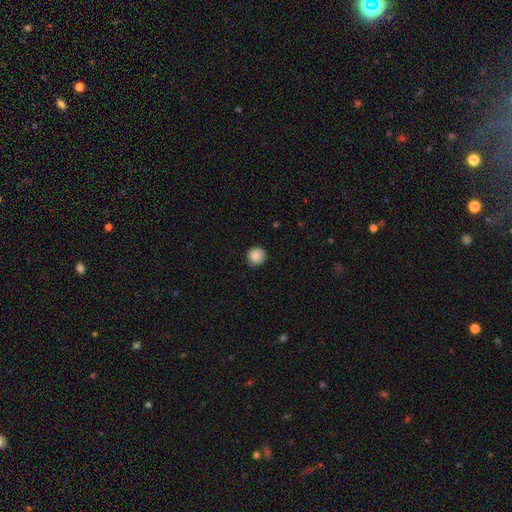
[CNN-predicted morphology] smooth 84%, star or artifact 8%, featured or disk 8%. Down the decision tree: how rounded — round (91%); merging — none (79%).